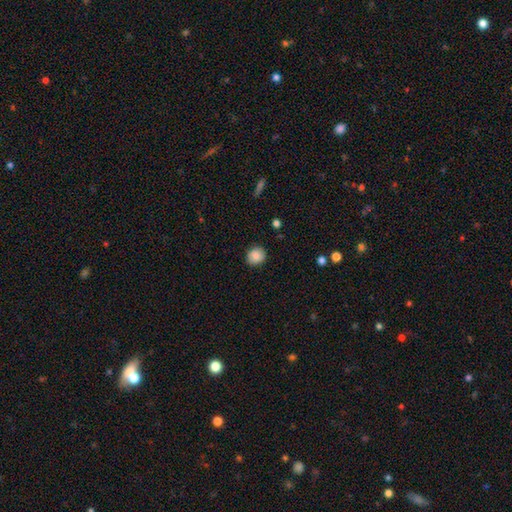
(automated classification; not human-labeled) Smooth or featured: smooth — 86% (star or artifact — 9%)
How rounded: round — 78% (in between — 21%)
Merging: none — 87% (minor disturbance — 10%)